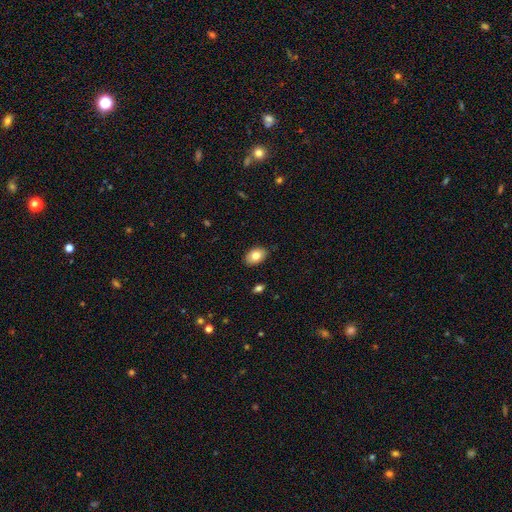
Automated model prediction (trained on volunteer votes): This appears to be a smooth galaxy with no disk features (80%) that is in between round and cigar-shaped (84%). Merging: none (86%).